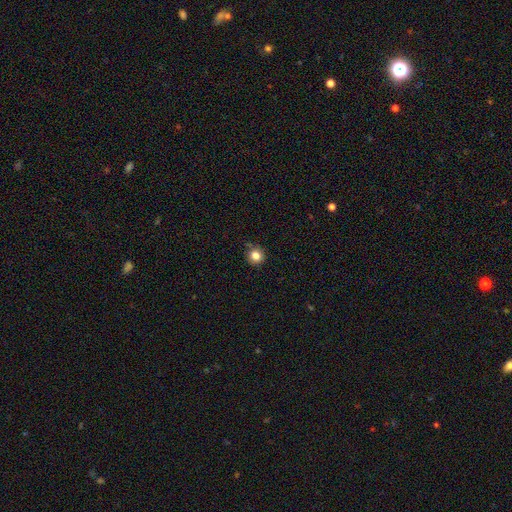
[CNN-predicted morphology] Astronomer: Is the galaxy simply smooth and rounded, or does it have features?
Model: smooth — 83%.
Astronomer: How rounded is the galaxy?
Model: round — 94%.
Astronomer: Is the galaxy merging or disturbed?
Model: none — 85%.